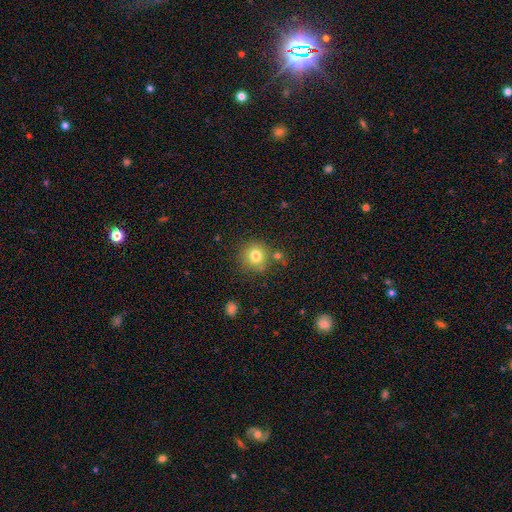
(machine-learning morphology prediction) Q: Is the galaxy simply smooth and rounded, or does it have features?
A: smooth — 79%.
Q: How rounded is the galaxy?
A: round — 90%.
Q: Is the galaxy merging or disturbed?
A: none — 76%.